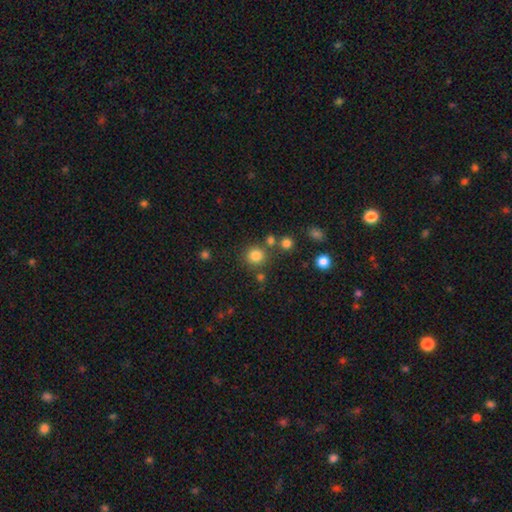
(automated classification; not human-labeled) A smooth galaxy with no disk features (81%) that is round (90%). Merging: none (79%).